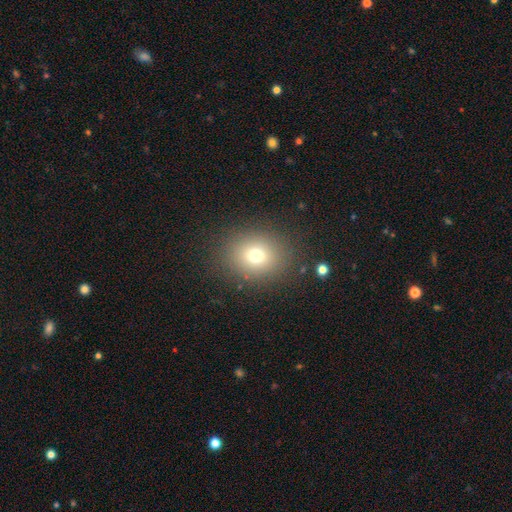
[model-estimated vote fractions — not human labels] smooth-or-featured: smooth: 73% | star or artifact: 16% | featured or disk: 11%
  how-rounded: round: 66% | in between: 33% | cigar-shaped: 1%
  merging: none: 85% | minor disturbance: 8% | major disturbance: 5% | merger: 1%